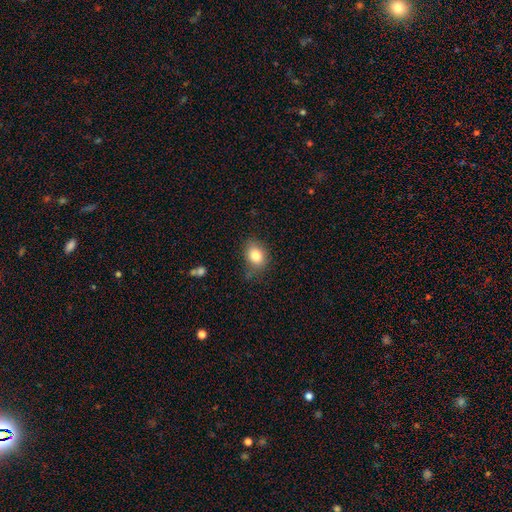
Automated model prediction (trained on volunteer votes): Morphology: type=smooth (82%); roundness=in between (62%); merging=none (69%).